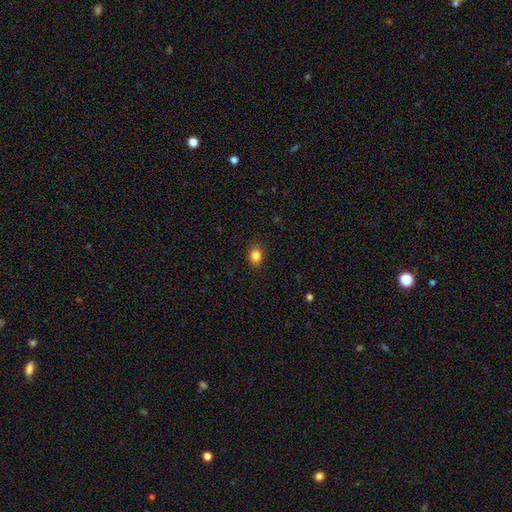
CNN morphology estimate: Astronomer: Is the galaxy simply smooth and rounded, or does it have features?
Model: smooth — 84%.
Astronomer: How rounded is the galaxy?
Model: round — 56% (runner-up: in between, 43%).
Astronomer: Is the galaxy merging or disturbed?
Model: none — 88%.